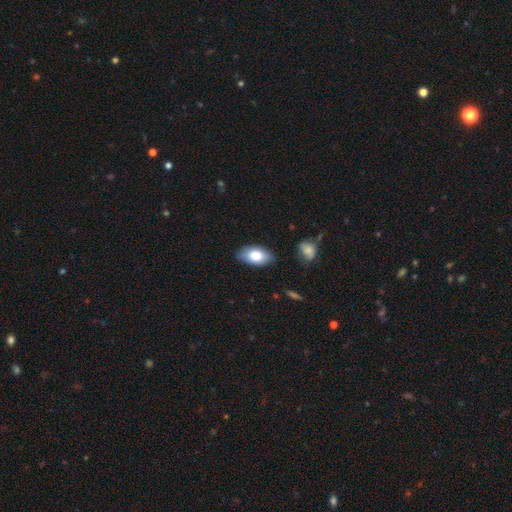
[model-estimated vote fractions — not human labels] Overall: smooth (78%). How rounded: in between (93%). Merging: none (82%).